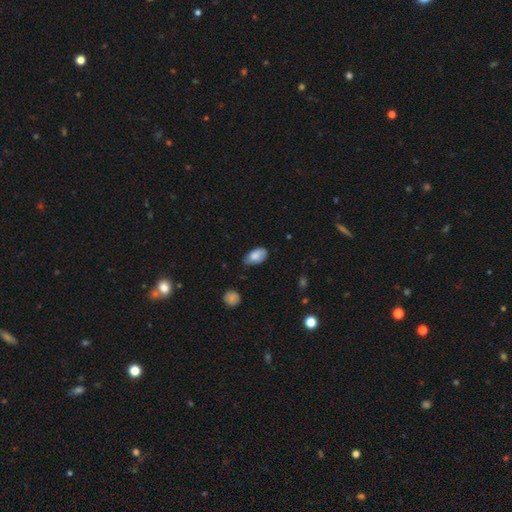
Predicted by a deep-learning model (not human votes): Smooth or featured: smooth — 78% (featured or disk — 15%)
How rounded: in between — 93% (round — 5%)
Merging: none — 59% (minor disturbance — 32%)